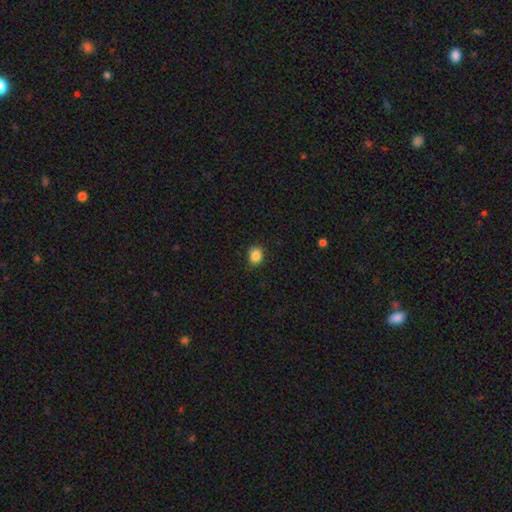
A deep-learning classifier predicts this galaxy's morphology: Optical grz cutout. It shows a smooth galaxy with no disk features (85%) that is round (61%). Merging: none (84%).